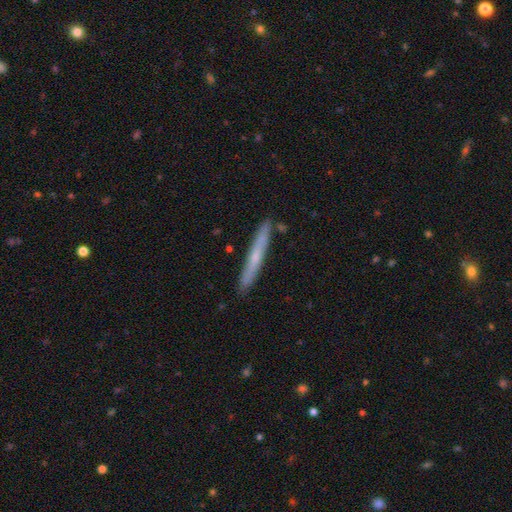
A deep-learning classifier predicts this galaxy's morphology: Smooth or featured? smooth (49%)
Merging? none (89%)